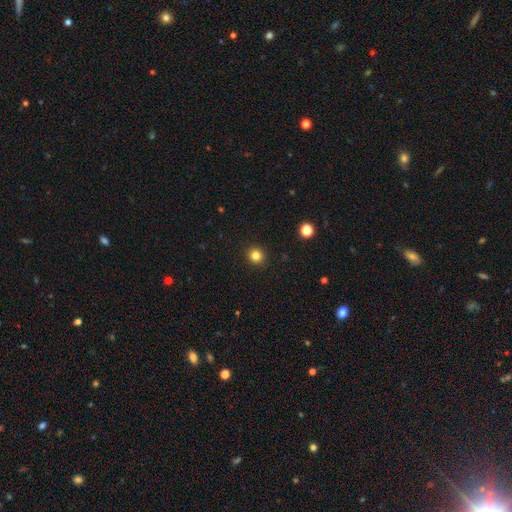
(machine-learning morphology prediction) Smooth or featured?
  - smooth: 83% *
  - star or artifact: 13%
  - featured or disk: 4%
How rounded?
  - round: 94% *
  - in between: 6%
  - cigar-shaped: 1%
Merging?
  - none: 93% *
  - minor disturbance: 4%
  - major disturbance: 2%
  - merger: 1%